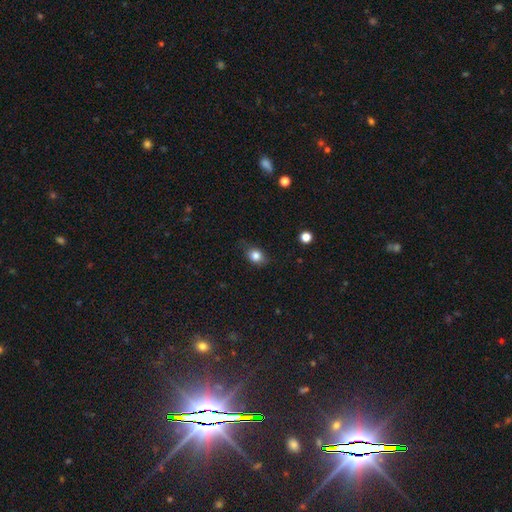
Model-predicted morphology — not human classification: smooth-or-featured: smooth: 81% | star or artifact: 11% | featured or disk: 8%
  how-rounded: in between: 50% | round: 48% | cigar-shaped: 1%
  merging: none: 72% | minor disturbance: 22% | major disturbance: 5% | merger: 1%